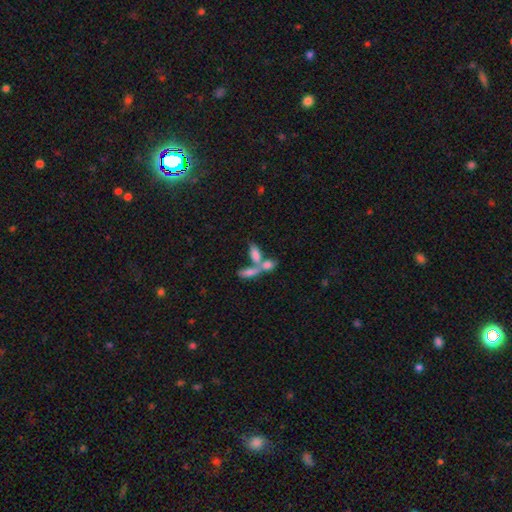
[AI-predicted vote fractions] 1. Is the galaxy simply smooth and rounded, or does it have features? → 72% smooth, 18% featured or disk, 10% star or artifact.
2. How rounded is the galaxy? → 78% in between, 17% cigar-shaped, 5% round.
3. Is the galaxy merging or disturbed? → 63% merger, 25% none, 7% minor disturbance, 5% major disturbance.